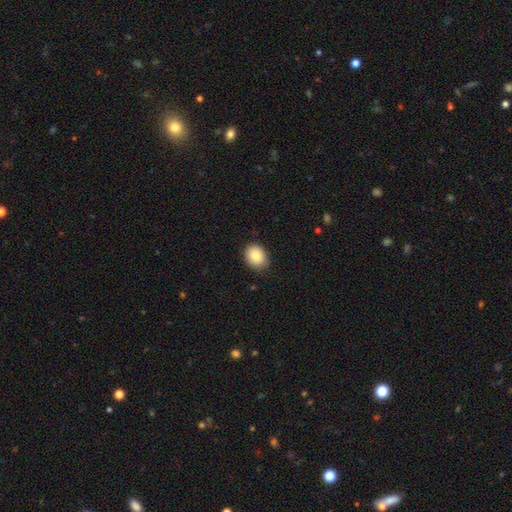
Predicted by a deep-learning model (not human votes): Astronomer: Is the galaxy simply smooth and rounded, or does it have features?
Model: smooth — 84%.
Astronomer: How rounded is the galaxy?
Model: round — 50% (runner-up: in between, 49%).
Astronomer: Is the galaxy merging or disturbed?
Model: none — 84%.